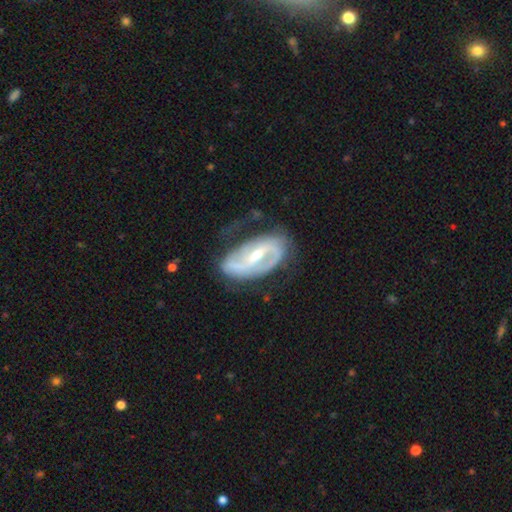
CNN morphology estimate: smooth_or_featured: featured or disk (p=0.84) [alt: smooth p=0.11]
disk_edge_on: no (p=0.95) [alt: yes p=0.05]
bar: strong (p=0.47) [alt: weak p=0.39]
has_spiral_arms: yes (p=0.90) [alt: no p=0.10]
spiral_winding: medium (p=0.43) [alt: tight p=0.33]
spiral_arm_count: 2 (p=0.72) [alt: can't tell p=0.12]
bulge_size: moderate (p=0.49) [alt: small p=0.46]
merging: none (p=0.54) [alt: minor disturbance p=0.27]